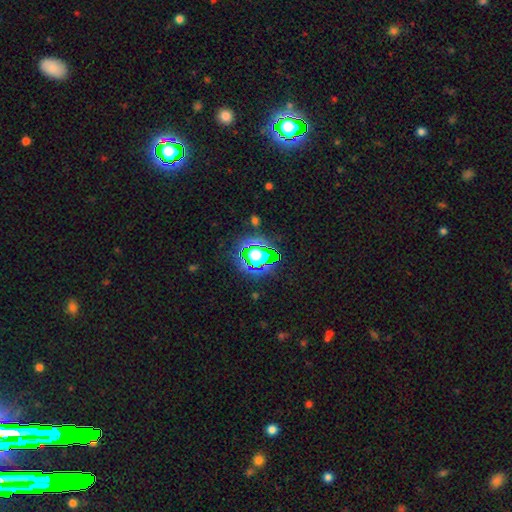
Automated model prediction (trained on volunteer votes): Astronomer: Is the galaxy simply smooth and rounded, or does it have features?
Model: star or artifact — 56% (runner-up: smooth, 31%).